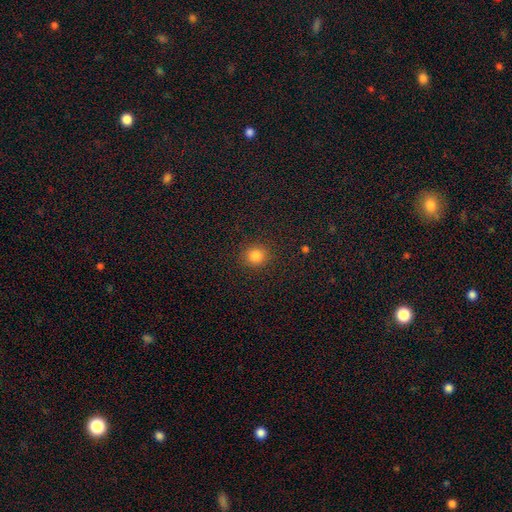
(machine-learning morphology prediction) smooth 83%, star or artifact 12%, featured or disk 5%. Down the decision tree: how rounded — round (88%); merging — none (90%).